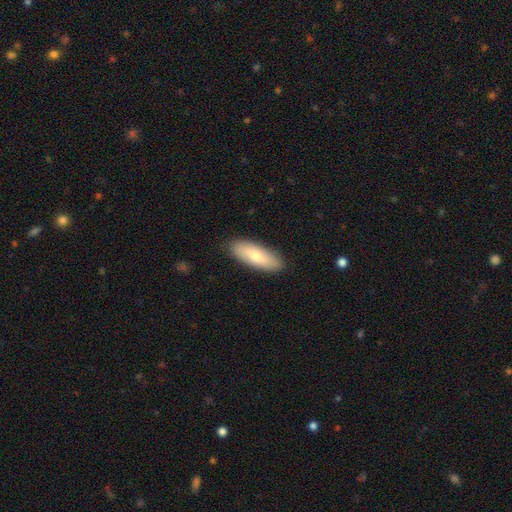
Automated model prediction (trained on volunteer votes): Q: Smooth or featured?
A: smooth (74%); runner-up: featured or disk (21%)
Q: How rounded?
A: in between (68%); runner-up: cigar-shaped (30%)
Q: Merging?
A: none (88%); runner-up: minor disturbance (9%)